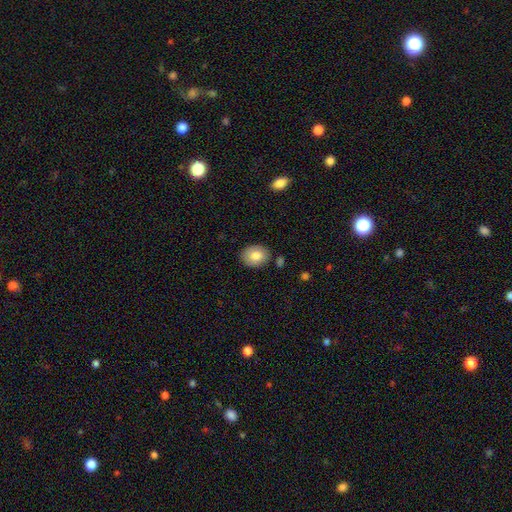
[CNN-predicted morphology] Smooth or featured: smooth — 81% (featured or disk — 12%)
How rounded: in between — 53% (round — 46%)
Merging: none — 84% (minor disturbance — 11%)